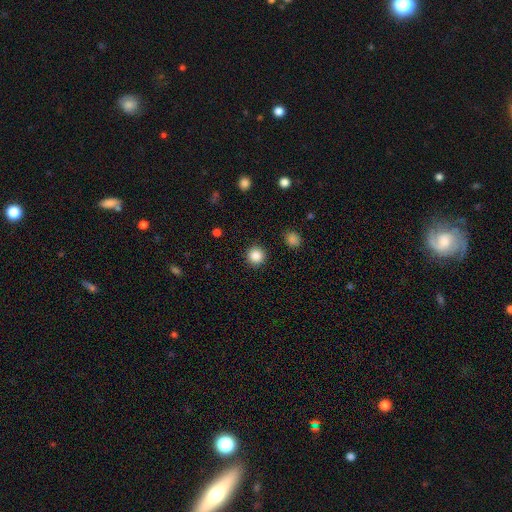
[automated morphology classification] Smooth or featured? smooth (87%)
How rounded? round (95%)
Merging? none (92%)